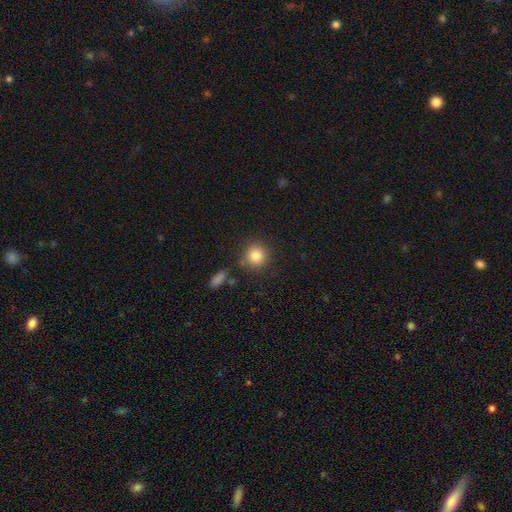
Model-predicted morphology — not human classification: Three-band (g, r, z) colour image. It shows a smooth galaxy with no disk features (84%) that is round (91%). Merging: none (82%).